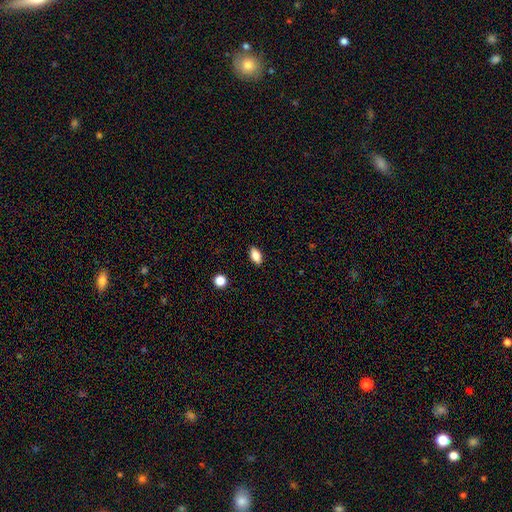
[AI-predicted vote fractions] The model was most divided on "smooth or featured": smooth: 86%, star or artifact: 8%, featured or disk: 6%. More confident: how rounded — in between (89%); merging — none (89%).